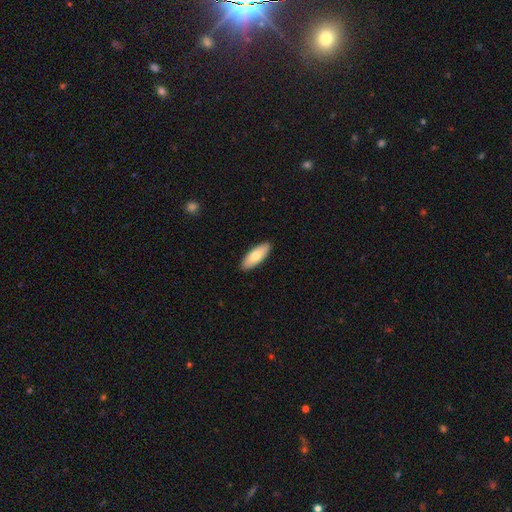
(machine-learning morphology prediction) smooth-or-featured: smooth: 79% | featured or disk: 16% | star or artifact: 5%
  how-rounded: in between: 76% | cigar-shaped: 22% | round: 2%
  merging: none: 91% | minor disturbance: 7% | major disturbance: 1% | merger: 1%